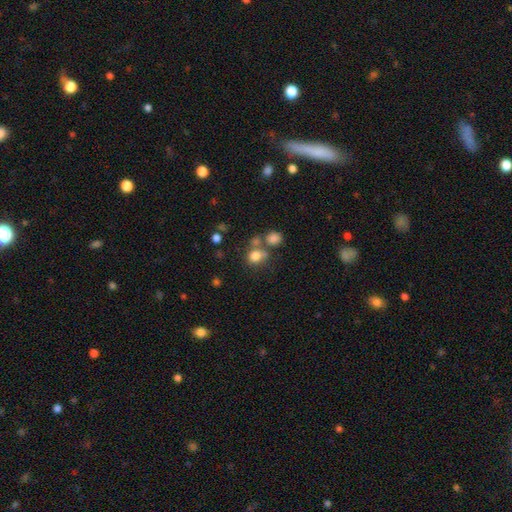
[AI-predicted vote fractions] Overall: smooth (77%). How rounded: round (68%; in between 31%). Merging: none (50%; merger 31%).